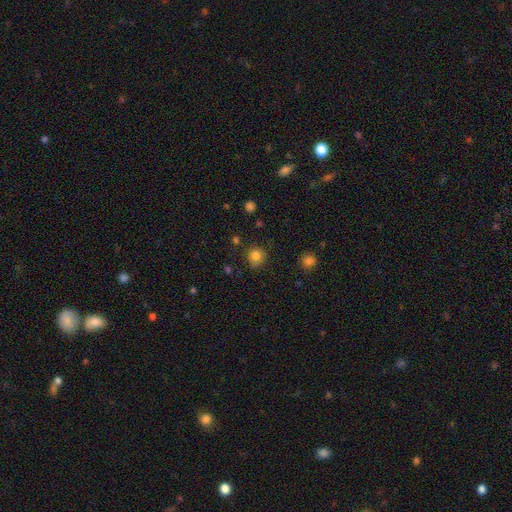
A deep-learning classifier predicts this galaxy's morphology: A smooth galaxy with no disk features (82%) that is round (86%). Merging: none (78%).